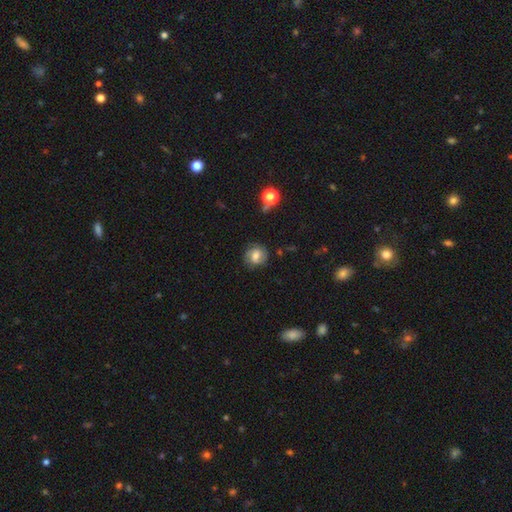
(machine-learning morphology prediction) featured or disk 45% (tied), smooth 45% (tied), star or artifact 10%. Down the decision tree: merging — none (74%).